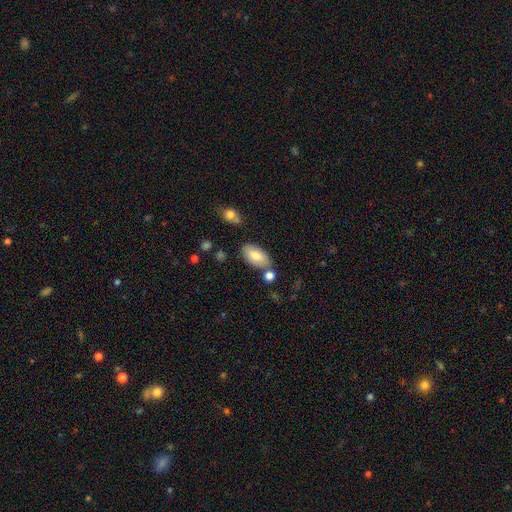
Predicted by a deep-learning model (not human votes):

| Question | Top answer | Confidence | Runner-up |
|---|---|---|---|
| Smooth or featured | smooth | 77% | featured or disk (17%) |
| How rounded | in between | 94% | cigar-shaped (3%) |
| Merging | none | 74% | minor disturbance (14%) |